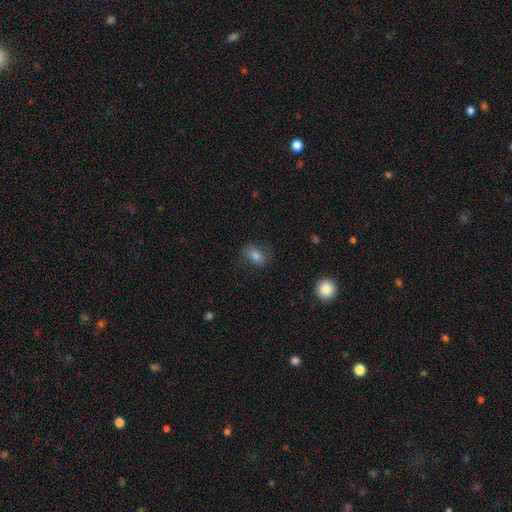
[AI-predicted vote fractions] Smooth or featured: smooth — 80% (star or artifact — 10%)
How rounded: in between — 74% (round — 24%)
Merging: none — 78% (minor disturbance — 16%)